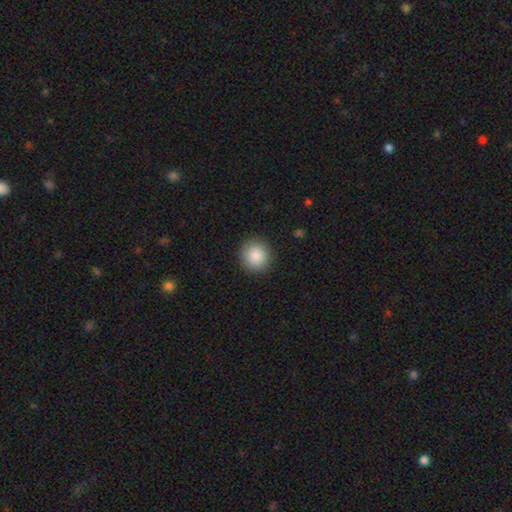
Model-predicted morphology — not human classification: Overall: smooth (88%). How rounded: round (93%). Merging: none (91%).